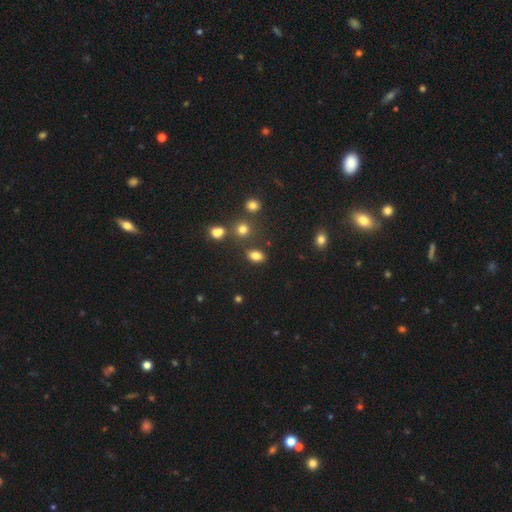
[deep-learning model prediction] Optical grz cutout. It shows a smooth galaxy with no disk features (81%) that is in between round and cigar-shaped (83%). Merging: none (78%).